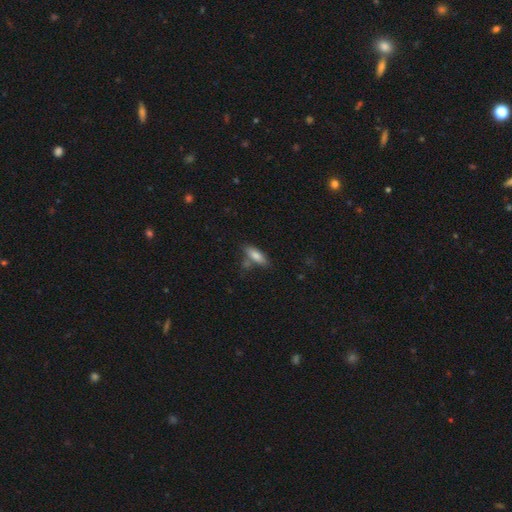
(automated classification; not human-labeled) Smooth or featured? Predicted: smooth (p=0.78). How rounded? Predicted: in between (p=0.58). Merging? Predicted: none (p=0.63).